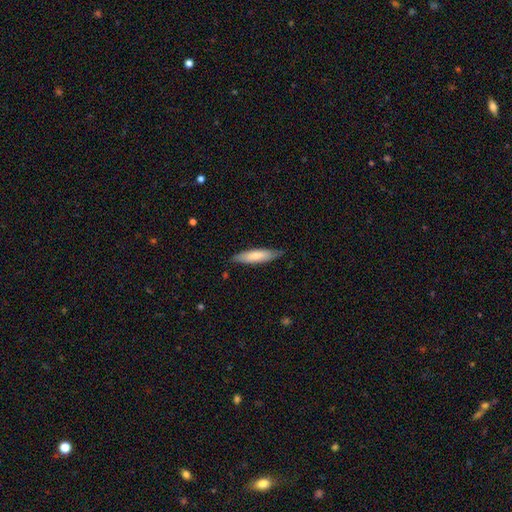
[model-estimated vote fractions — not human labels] This is likely a smooth galaxy (73%). How rounded: likely cigar-shaped (70%). Merging: clearly none (81%).